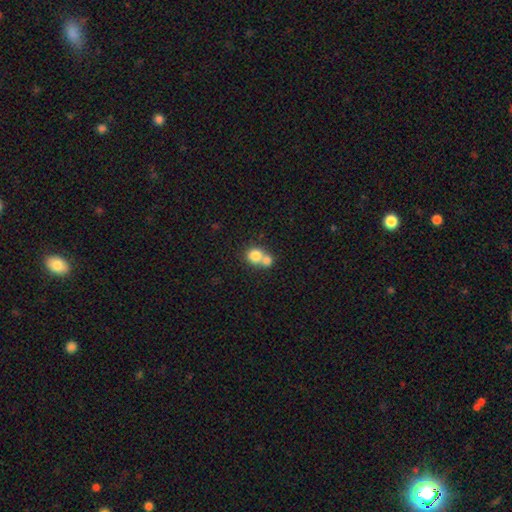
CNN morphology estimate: Smooth or featured?
  - smooth: 79% *
  - featured or disk: 12%
  - star or artifact: 9%
How rounded?
  - round: 80% *
  - in between: 19%
  - cigar-shaped: 1%
Merging?
  - merger: 61% *
  - none: 31%
  - minor disturbance: 5%
  - major disturbance: 2%